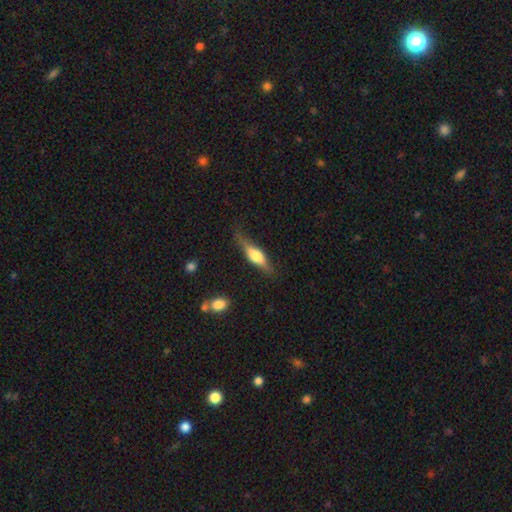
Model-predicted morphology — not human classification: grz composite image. It shows a featured or disk galaxy (52%) viewed edge-on (92%). Merging: none (70%).